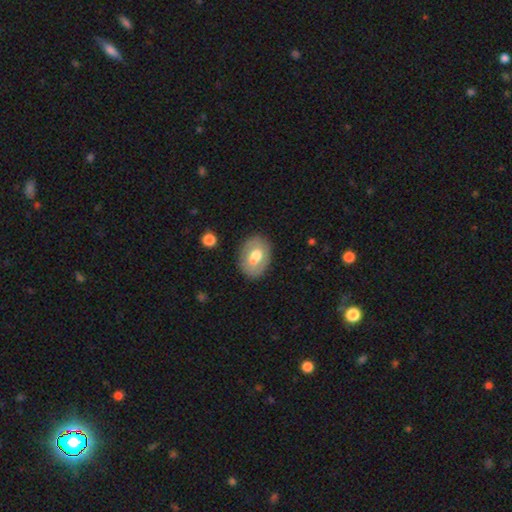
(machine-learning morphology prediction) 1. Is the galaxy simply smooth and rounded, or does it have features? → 58% smooth, 35% featured or disk, 7% star or artifact.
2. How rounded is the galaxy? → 78% in between, 21% round, 1% cigar-shaped.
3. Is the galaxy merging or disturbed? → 77% none, 14% minor disturbance, 4% major disturbance, 4% merger.